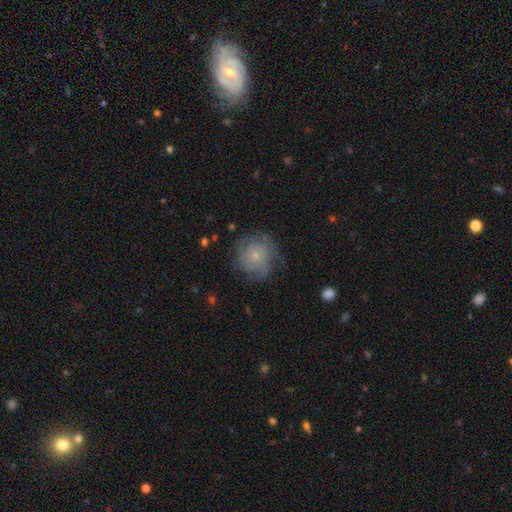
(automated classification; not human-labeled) Smooth or featured?
  - smooth: 53% *
  - featured or disk: 38%
  - star or artifact: 8%
How rounded?
  - round: 89% *
  - in between: 10%
  - cigar-shaped: 1%
Merging?
  - none: 66% *
  - minor disturbance: 22%
  - major disturbance: 11%
  - merger: 1%